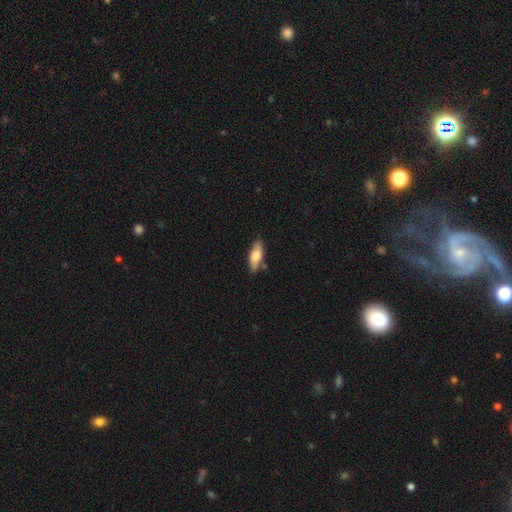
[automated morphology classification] This appears to be a smooth galaxy with no disk features (74%) that is in between round and cigar-shaped (72%). Merging: none (78%).